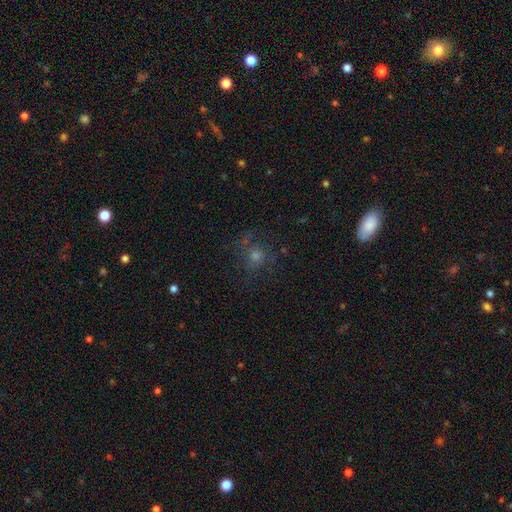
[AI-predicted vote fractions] Smooth or featured: smooth — 38% (featured or disk — 32%)
Merging: none — 68% (minor disturbance — 16%)